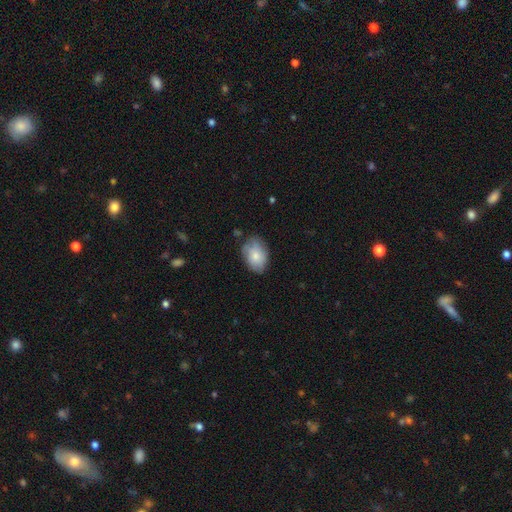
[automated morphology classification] Q: Smooth or featured?
A: smooth (75%); runner-up: featured or disk (19%)
Q: How rounded?
A: in between (82%); runner-up: round (17%)
Q: Merging?
A: none (69%); runner-up: minor disturbance (24%)